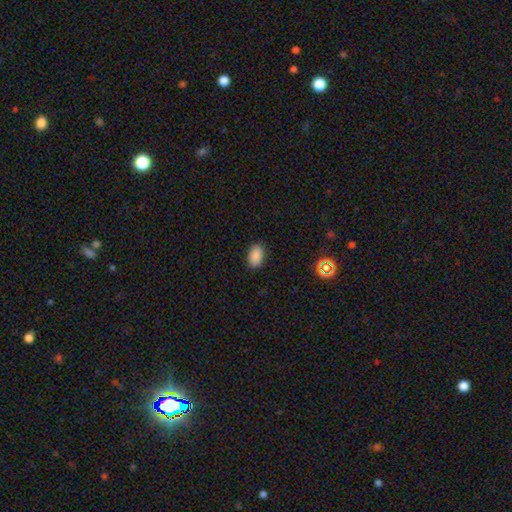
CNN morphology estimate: Smooth or featured: smooth — 88% (star or artifact — 9%)
How rounded: in between — 92% (round — 7%)
Merging: none — 88% (minor disturbance — 9%)